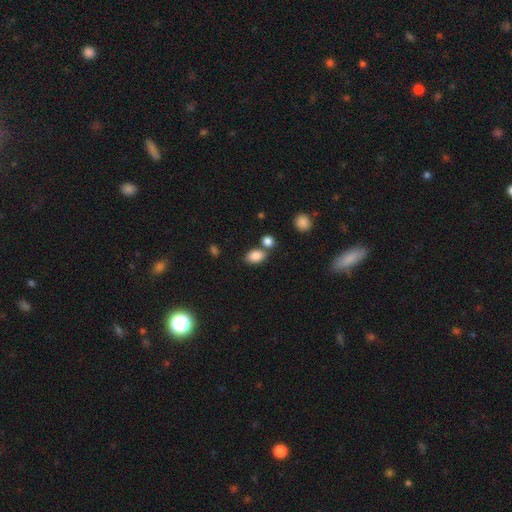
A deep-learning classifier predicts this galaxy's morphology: Smooth or featured? smooth (85%)
How rounded? in between (85%)
Merging? none (62%)